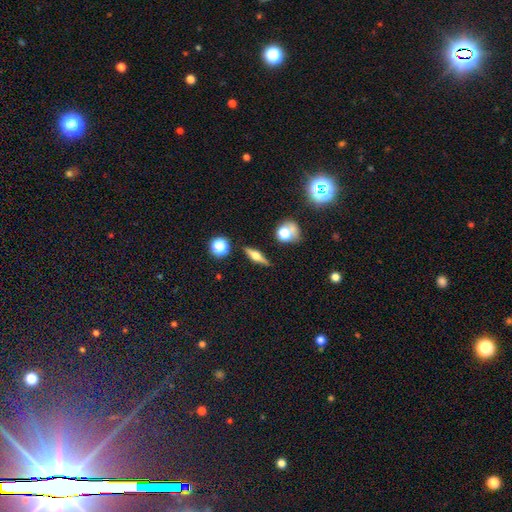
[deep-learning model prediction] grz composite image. It shows a featured or disk galaxy (61%) viewed edge-on (94%) with a rounded central bulge (94%). Merging: none (86%).